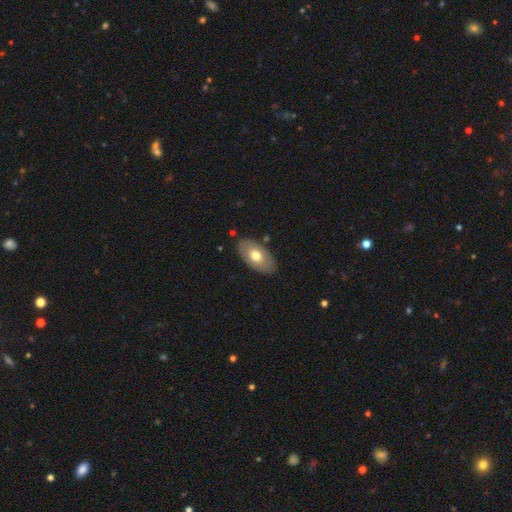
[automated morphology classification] A smooth galaxy with no disk features (61%) that is in between round and cigar-shaped (93%). Merging: none (84%).